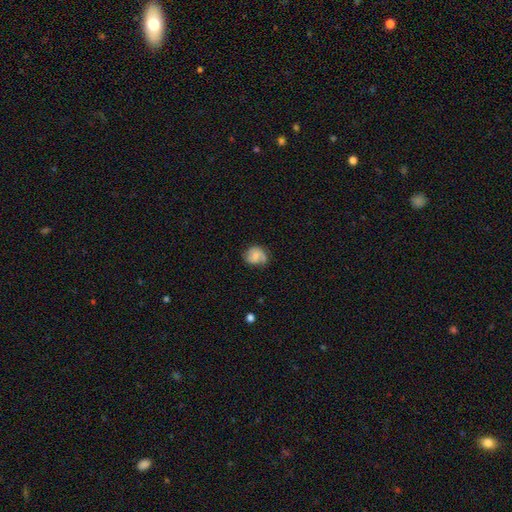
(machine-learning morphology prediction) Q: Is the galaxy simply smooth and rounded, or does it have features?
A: smooth — 50%.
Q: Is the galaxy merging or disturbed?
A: none — 59%.